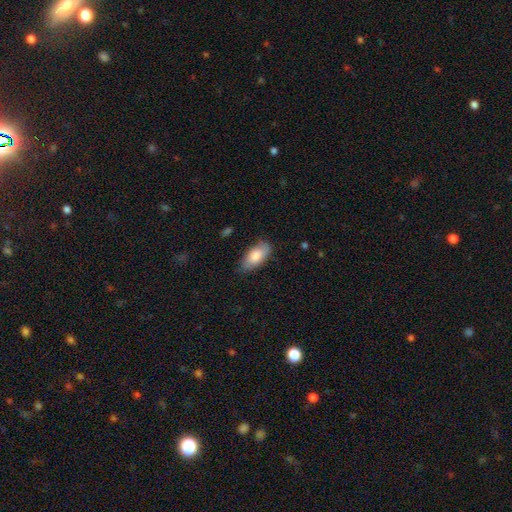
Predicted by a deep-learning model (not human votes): This appears to be a smooth galaxy with no disk features (82%) that is in between round and cigar-shaped (90%). Merging: none (75%).